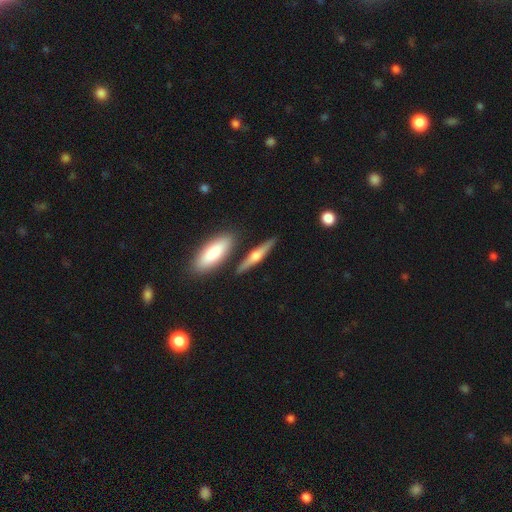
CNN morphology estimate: This appears to be a featured or disk galaxy (59%) viewed edge-on (95%) with a rounded central bulge (89%). Merging: none (83%).